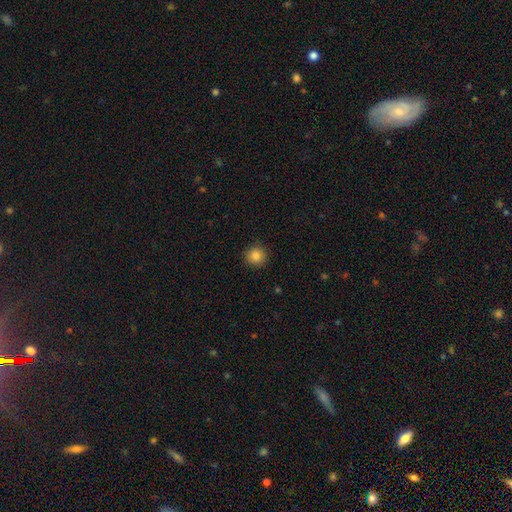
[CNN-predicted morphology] Smooth or featured?
  - smooth: 85% *
  - star or artifact: 11%
  - featured or disk: 5%
How rounded?
  - round: 93% *
  - in between: 6%
  - cigar-shaped: 1%
Merging?
  - none: 91% *
  - minor disturbance: 6%
  - major disturbance: 2%
  - merger: 1%